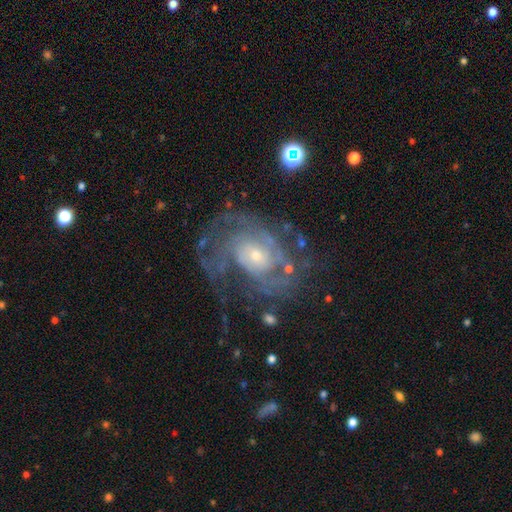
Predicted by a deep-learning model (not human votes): smooth_or_featured: featured or disk (p=0.87) [alt: smooth p=0.07]
disk_edge_on: no (p=0.97) [alt: yes p=0.03]
bar: no (p=0.67) [alt: weak p=0.28]
has_spiral_arms: yes (p=0.94) [alt: no p=0.06]
spiral_winding: tight (p=0.51) [alt: medium p=0.38]
spiral_arm_count: can't tell (p=0.32) [alt: 2 p=0.26]
bulge_size: small (p=0.59) [alt: moderate p=0.35]
merging: none (p=0.58) [alt: major disturbance p=0.20]